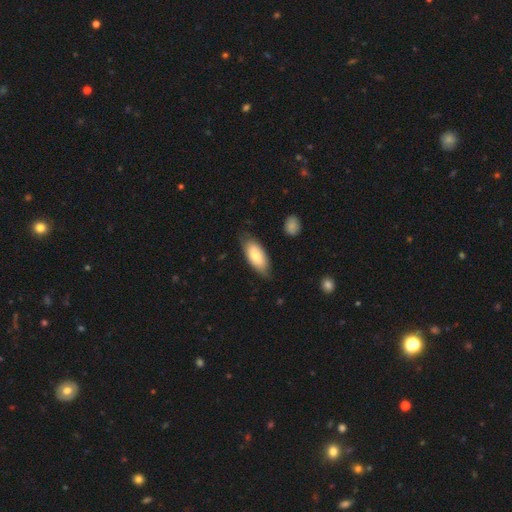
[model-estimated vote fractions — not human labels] smooth_or_featured: smooth (p=0.78) [alt: featured or disk p=0.17]
how_rounded: in between (p=0.86) [alt: cigar-shaped p=0.13]
merging: none (p=0.74) [alt: minor disturbance p=0.20]